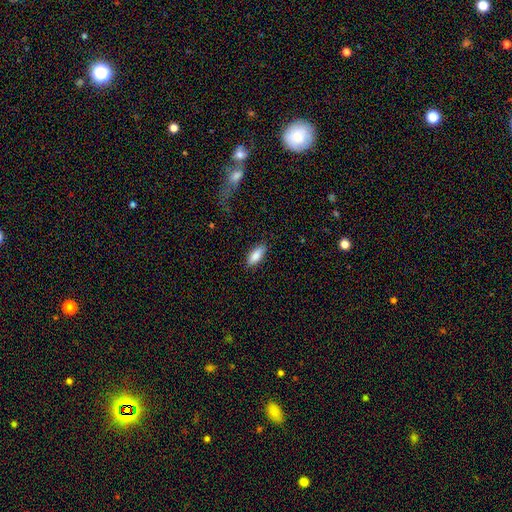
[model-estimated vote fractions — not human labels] Morphology: type=smooth (87%); roundness=in between (80%); merging=none (86%).